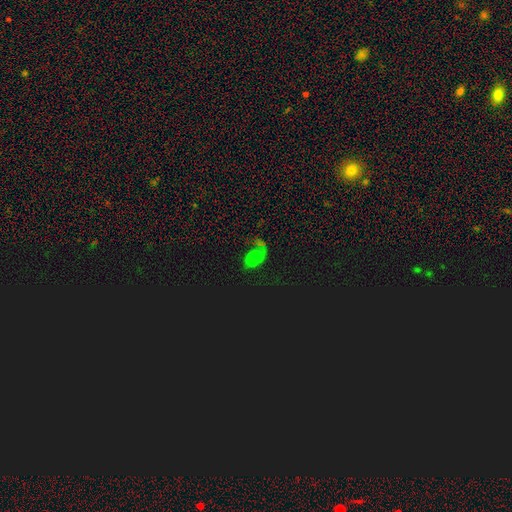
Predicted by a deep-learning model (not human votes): A star or artifact, not a galaxy (40%).